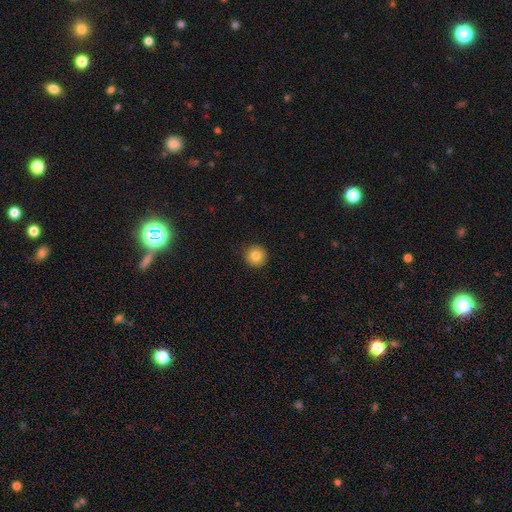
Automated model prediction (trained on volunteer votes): Smooth or featured: smooth — 84% (star or artifact — 10%)
How rounded: round — 96% (in between — 3%)
Merging: none — 92% (minor disturbance — 6%)